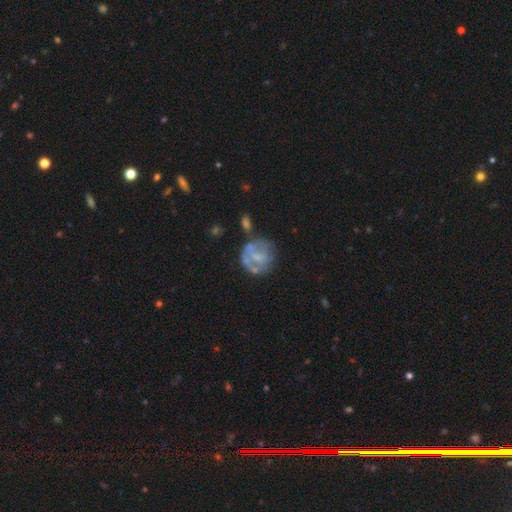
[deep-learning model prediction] This is likely a featured or disk galaxy (60%). It is clearly not viewed edge-on (98%). Bar: possibly no (53%). Spiral arm pattern: possibly no (58%). Central bulge: marginally small (38%). Merging: possibly none (48%).